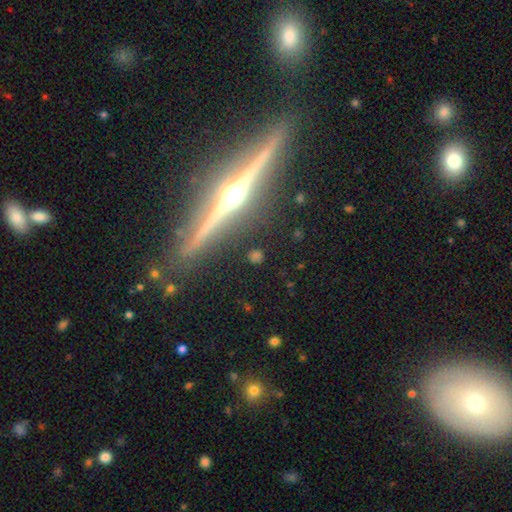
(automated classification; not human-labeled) Smooth or featured?
  - featured or disk: 49% *
  - smooth: 30%
  - star or artifact: 21%
Merging?
  - none: 87% *
  - minor disturbance: 8%
  - major disturbance: 3%
  - merger: 2%